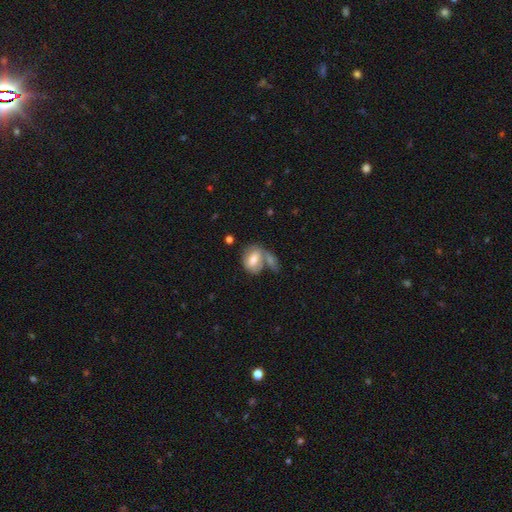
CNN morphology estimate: Smooth or featured: smooth — 55% (featured or disk — 34%)
How rounded: in between — 55% (round — 42%)
Merging: merger — 39% (none — 37%)